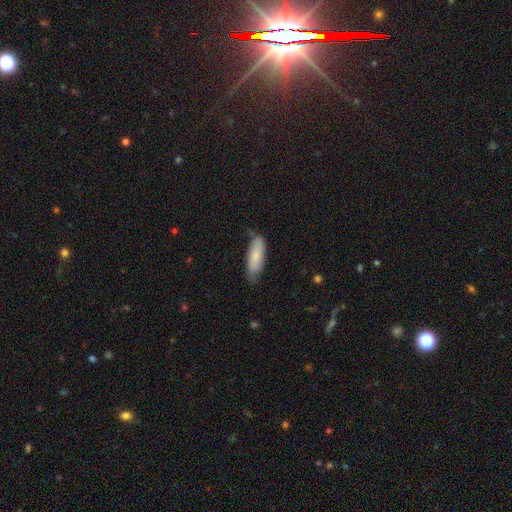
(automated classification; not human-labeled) smooth_or_featured: smooth (p=0.78) [alt: featured or disk p=0.16]
how_rounded: in between (p=0.59) [alt: cigar-shaped p=0.40]
merging: none (p=0.67) [alt: minor disturbance p=0.26]